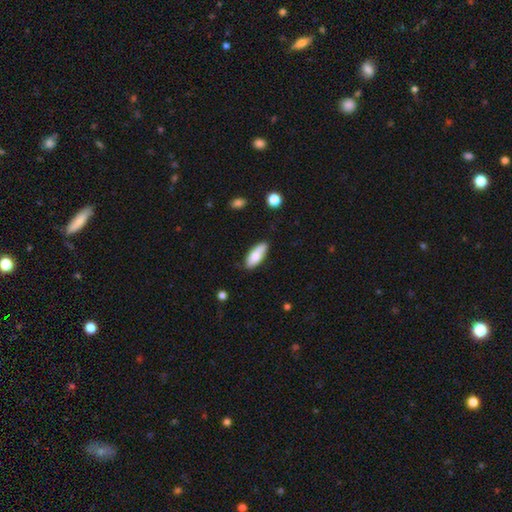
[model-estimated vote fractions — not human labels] This is likely a smooth galaxy (76%). How rounded: likely in between (76%). Merging: likely none (74%).